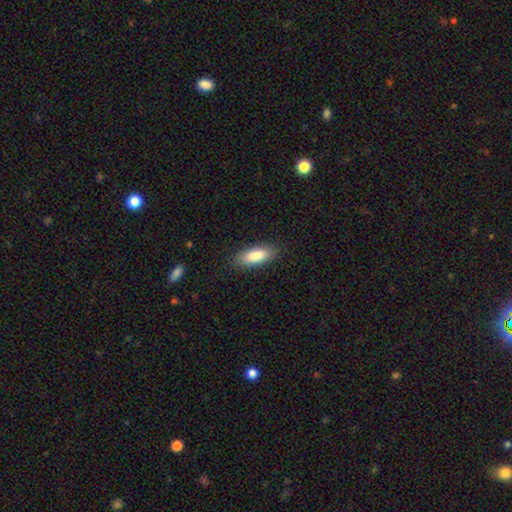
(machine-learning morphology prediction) Smooth or featured? smooth (87%)
How rounded? in between (75%)
Merging? none (87%)